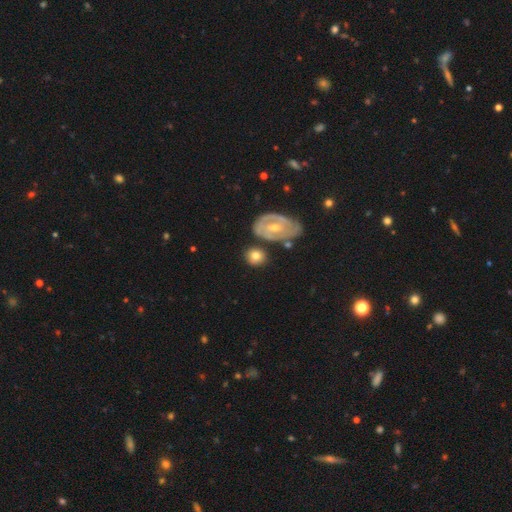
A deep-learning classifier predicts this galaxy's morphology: Q: Smooth or featured?
A: smooth (66%); runner-up: featured or disk (27%)
Q: How rounded?
A: round (69%); runner-up: in between (29%)
Q: Merging?
A: none (68%); runner-up: minor disturbance (15%)